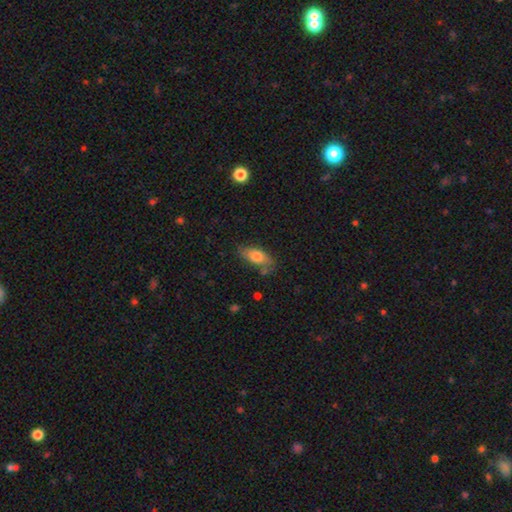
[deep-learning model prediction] Smooth or featured? Predicted: smooth (p=0.72). How rounded? Predicted: in between (p=0.80). Merging? Predicted: none (p=0.68).